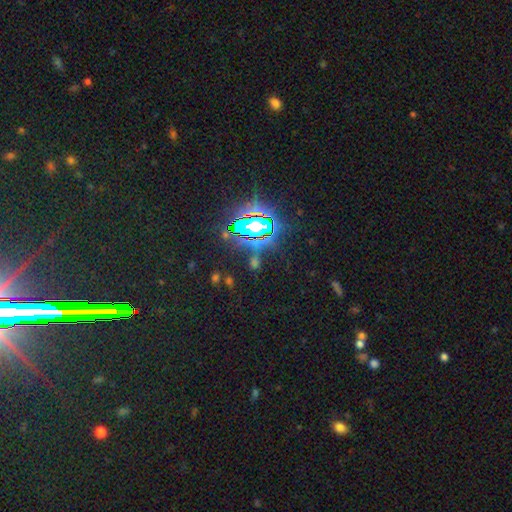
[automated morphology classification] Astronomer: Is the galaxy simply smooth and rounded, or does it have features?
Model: star or artifact — 77%.